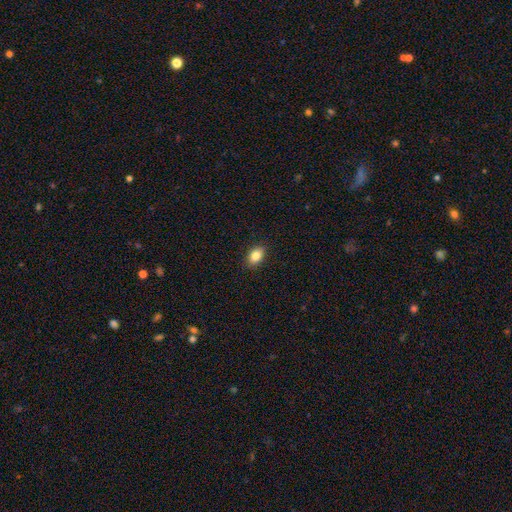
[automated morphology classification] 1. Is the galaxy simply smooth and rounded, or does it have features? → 85% smooth, 9% star or artifact, 7% featured or disk.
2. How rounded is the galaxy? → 83% in between, 15% round, 2% cigar-shaped.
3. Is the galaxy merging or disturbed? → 89% none, 8% minor disturbance, 2% major disturbance, 1% merger.